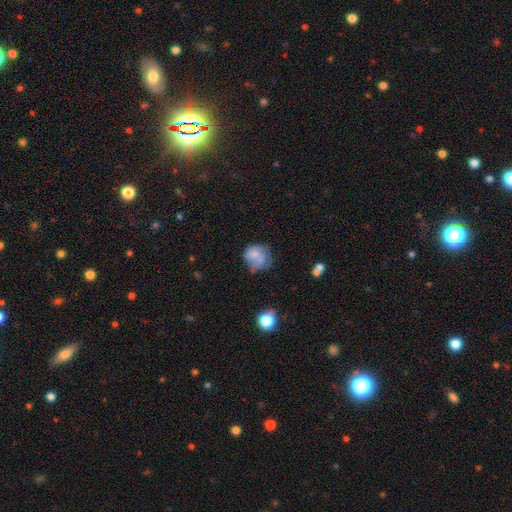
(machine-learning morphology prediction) Smooth or featured? smooth (60%)
How rounded? round (73%)
Merging? none (43%)